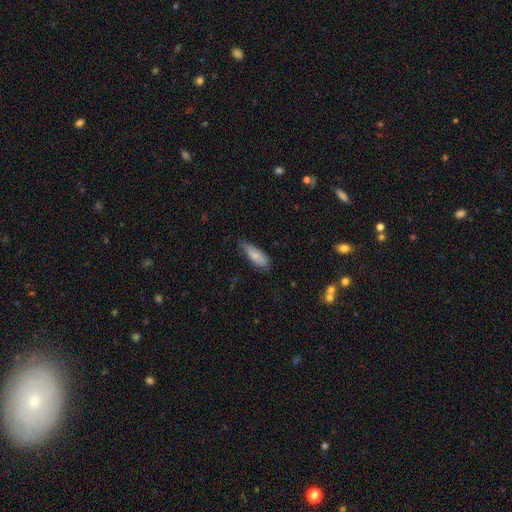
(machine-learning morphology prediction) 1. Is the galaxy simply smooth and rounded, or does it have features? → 81% smooth, 13% featured or disk, 6% star or artifact.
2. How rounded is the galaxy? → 68% in between, 30% cigar-shaped, 2% round.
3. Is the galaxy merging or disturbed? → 60% none, 32% minor disturbance, 6% major disturbance, 1% merger.